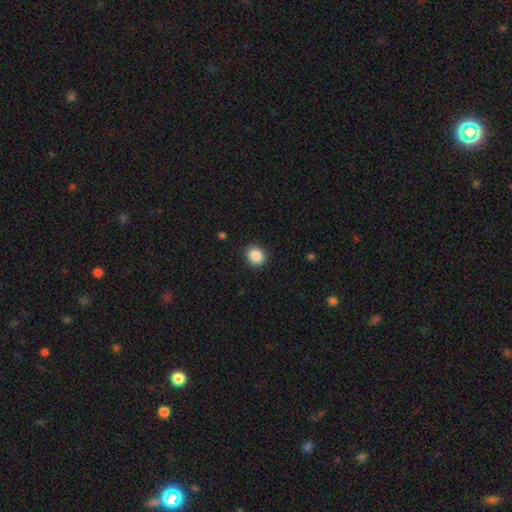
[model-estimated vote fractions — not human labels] Smooth or featured? smooth (87%)
How rounded? round (77%)
Merging? none (91%)